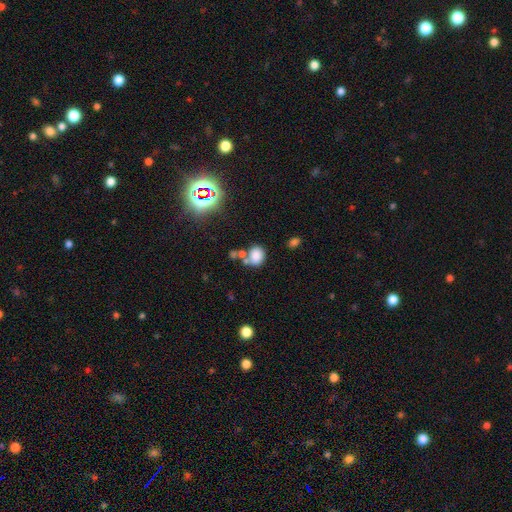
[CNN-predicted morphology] Smooth or featured? Predicted: smooth (p=0.78). How rounded? Predicted: round (p=0.52). Merging? Predicted: none (p=0.55).